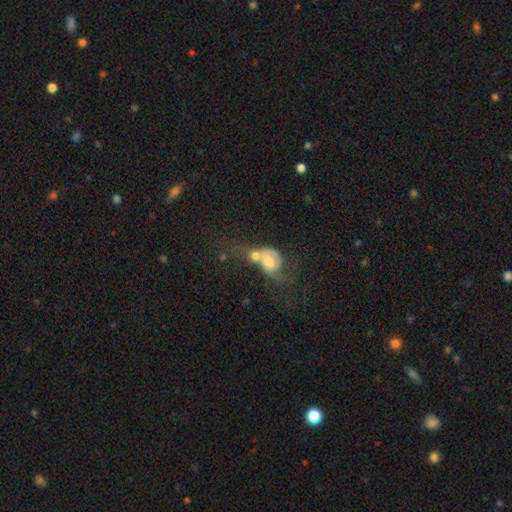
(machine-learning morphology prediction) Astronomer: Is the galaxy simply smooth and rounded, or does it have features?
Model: smooth — 52% (runner-up: featured or disk, 37%).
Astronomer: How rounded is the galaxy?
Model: in between — 52% (runner-up: round, 45%).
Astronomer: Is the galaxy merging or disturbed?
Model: merger — 63%.